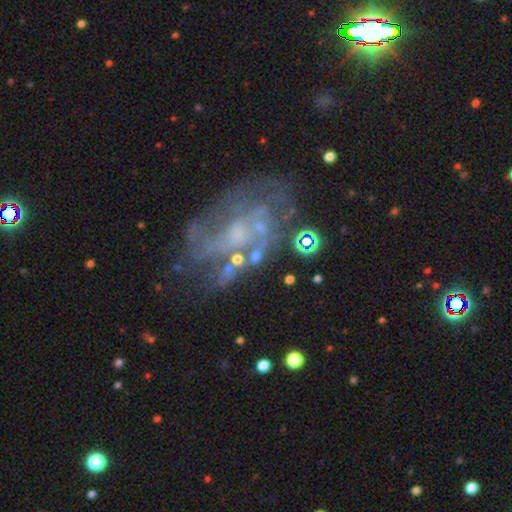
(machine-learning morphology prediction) This appears to be a featured or disk galaxy (65%) with no bar (70%), spiral arms (69%) and no central bulge (39%). Merging: none (44%).